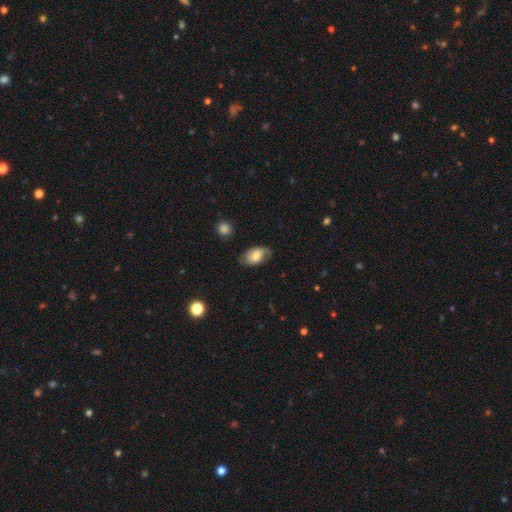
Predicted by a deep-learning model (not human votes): Overall: smooth (56%; featured or disk 36%). How rounded: in between (90%). Merging: none (68%).